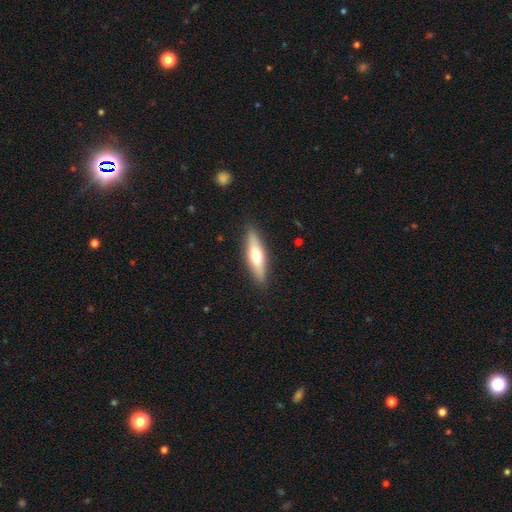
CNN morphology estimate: Smooth or featured?
  - smooth: 51% *
  - featured or disk: 44%
  - star or artifact: 6%
How rounded?
  - cigar-shaped: 68% *
  - in between: 29%
  - round: 2%
Merging?
  - none: 89% *
  - minor disturbance: 8%
  - major disturbance: 2%
  - merger: 1%